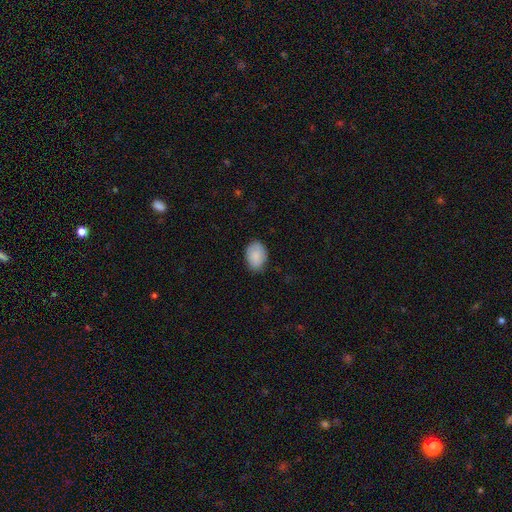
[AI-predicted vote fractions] Morphology: type=smooth (87%); roundness=in between (77%); merging=none (77%).